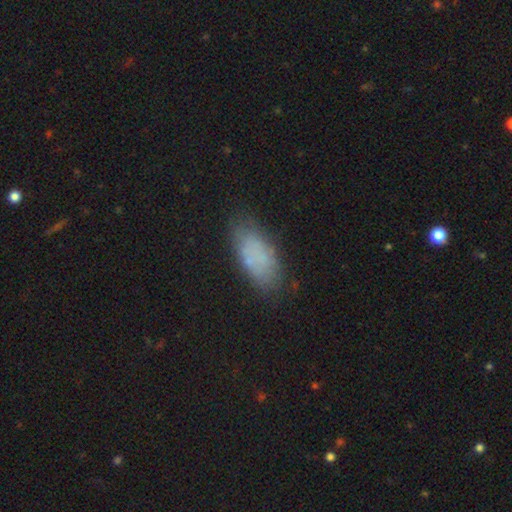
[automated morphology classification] Q: Smooth or featured?
A: smooth (69%); runner-up: featured or disk (20%)
Q: How rounded?
A: in between (88%); runner-up: cigar-shaped (9%)
Q: Merging?
A: none (73%); runner-up: minor disturbance (18%)